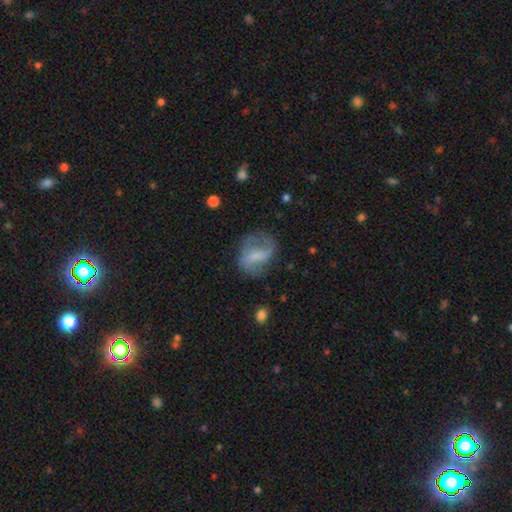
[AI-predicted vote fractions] smooth-or-featured: featured or disk: 55% | smooth: 36% | star or artifact: 8%
  disk-edge-on: no: 96% | yes: 4%
    bar: weak: 44% | strong: 30% | no: 26%
    has-spiral-arms: yes: 74% | no: 26%
    bulge-size: none: 37% | small: 30% | moderate: 24% | large: 7% | dominant: 2%
  merging: none: 55% | minor disturbance: 23% | major disturbance: 19% | merger: 2%